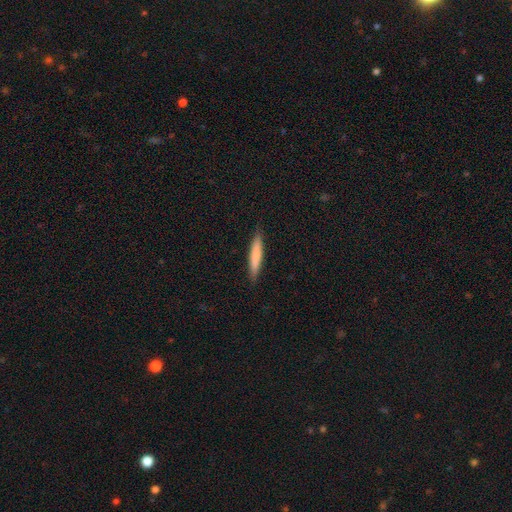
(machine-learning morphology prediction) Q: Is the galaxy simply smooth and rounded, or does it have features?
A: smooth — 72%.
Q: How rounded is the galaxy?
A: cigar-shaped — 92%.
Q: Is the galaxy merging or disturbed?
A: none — 89%.